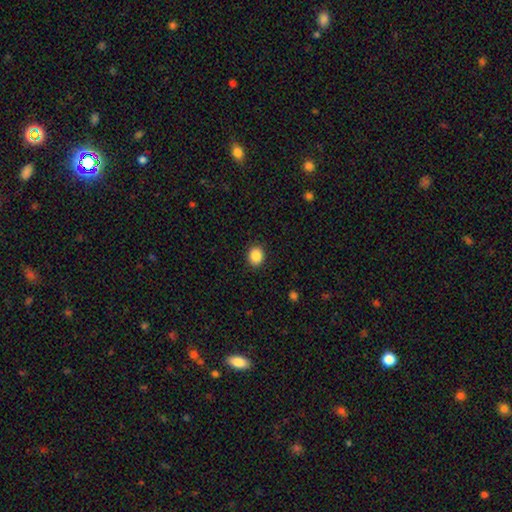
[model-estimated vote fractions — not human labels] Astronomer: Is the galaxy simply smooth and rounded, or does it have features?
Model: smooth — 87%.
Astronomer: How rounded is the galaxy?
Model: round — 67%.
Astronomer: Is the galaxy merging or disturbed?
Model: none — 90%.